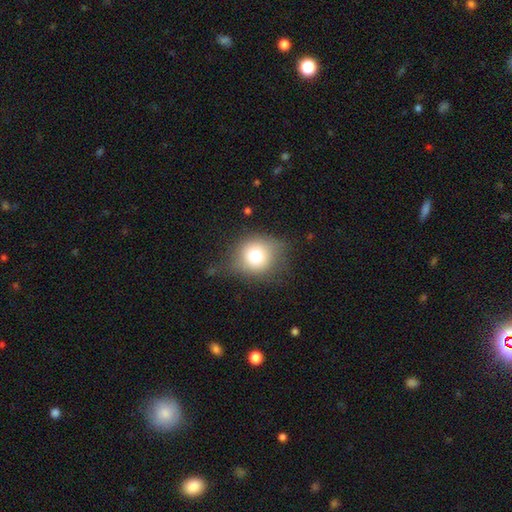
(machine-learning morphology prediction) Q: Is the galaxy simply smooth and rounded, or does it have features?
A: smooth — 73%.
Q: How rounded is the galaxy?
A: round — 79%.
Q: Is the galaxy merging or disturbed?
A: none — 66%.